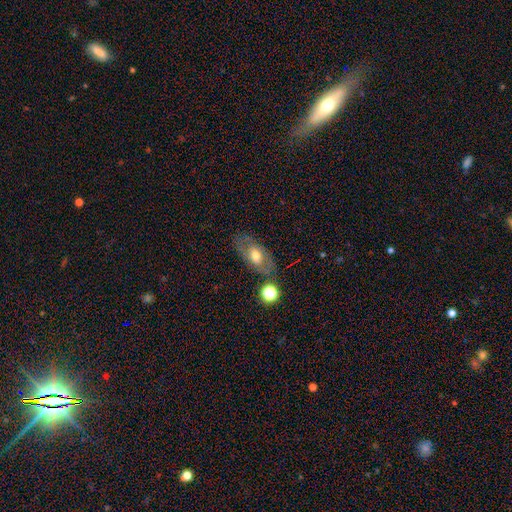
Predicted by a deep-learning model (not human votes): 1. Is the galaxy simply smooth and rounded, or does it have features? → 51% smooth, 40% featured or disk, 9% star or artifact.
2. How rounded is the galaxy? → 84% in between, 12% round, 4% cigar-shaped.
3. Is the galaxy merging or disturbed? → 71% none, 16% minor disturbance, 7% major disturbance, 5% merger.